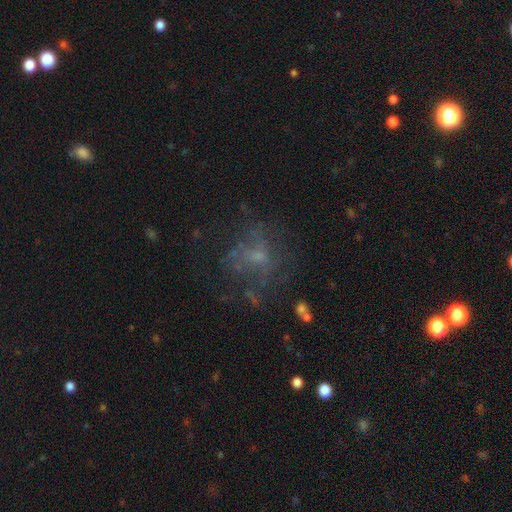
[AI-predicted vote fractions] Smooth or featured: featured or disk — 47% (smooth — 30%)
Merging: none — 52% (major disturbance — 27%)